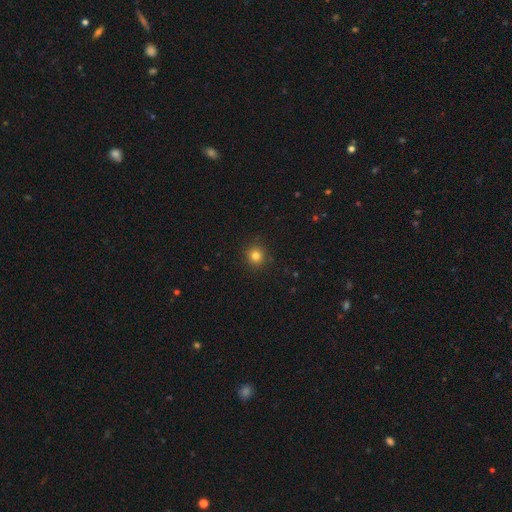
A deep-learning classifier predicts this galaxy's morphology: The model was most divided on "smooth or featured": smooth: 81%, star or artifact: 14%, featured or disk: 6%. More confident: how rounded — round (92%); merging — none (90%).